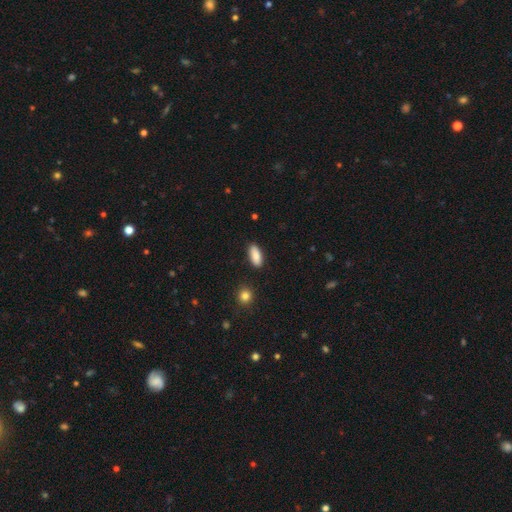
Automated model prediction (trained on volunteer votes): smooth 88%, star or artifact 7%, featured or disk 6%. Down the decision tree: how rounded — in between (82%); merging — none (87%).